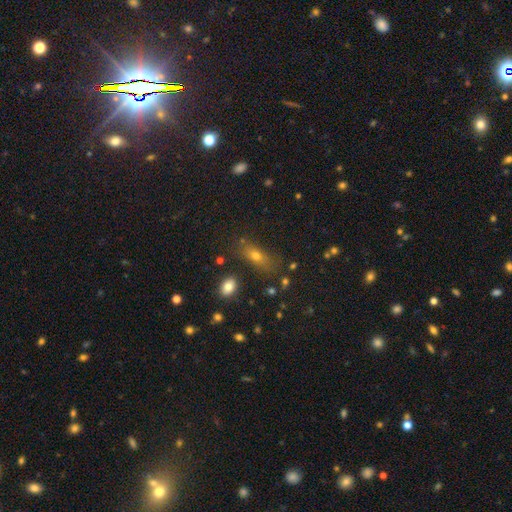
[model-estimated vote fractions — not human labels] smooth 63%, star or artifact 21%, featured or disk 17%. Down the decision tree: how rounded — in between (64%); merging — none (71%).